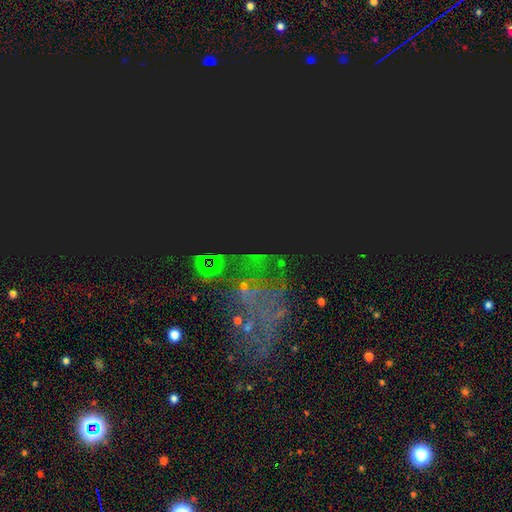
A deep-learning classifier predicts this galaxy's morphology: smooth_or_featured: star or artifact (p=0.61) [alt: featured or disk p=0.24]